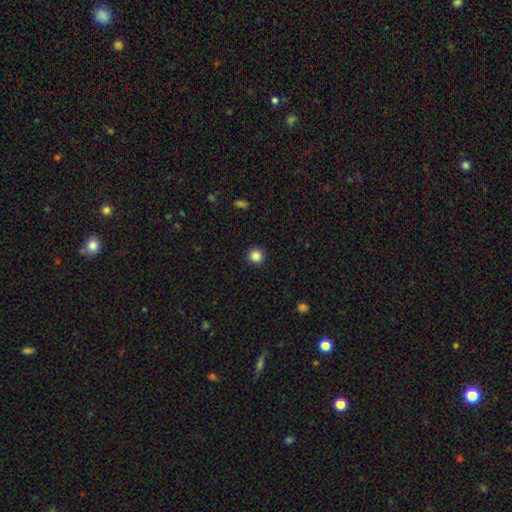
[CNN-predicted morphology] Q: Smooth or featured?
A: smooth (86%); runner-up: star or artifact (11%)
Q: How rounded?
A: round (95%); runner-up: in between (4%)
Q: Merging?
A: none (93%); runner-up: minor disturbance (5%)